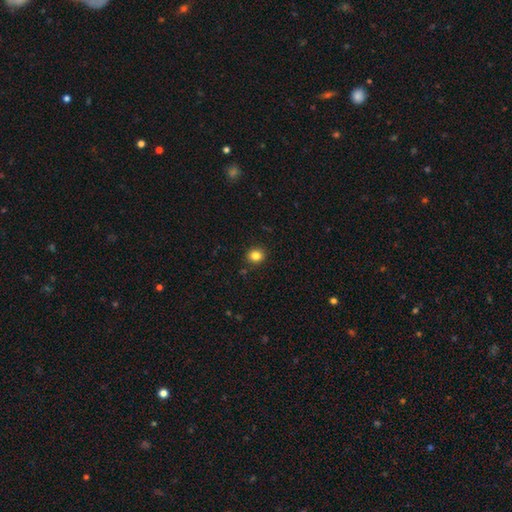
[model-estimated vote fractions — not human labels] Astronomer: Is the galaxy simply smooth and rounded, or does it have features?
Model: smooth — 83%.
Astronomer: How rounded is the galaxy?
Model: round — 81%.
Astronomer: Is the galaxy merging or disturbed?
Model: none — 90%.